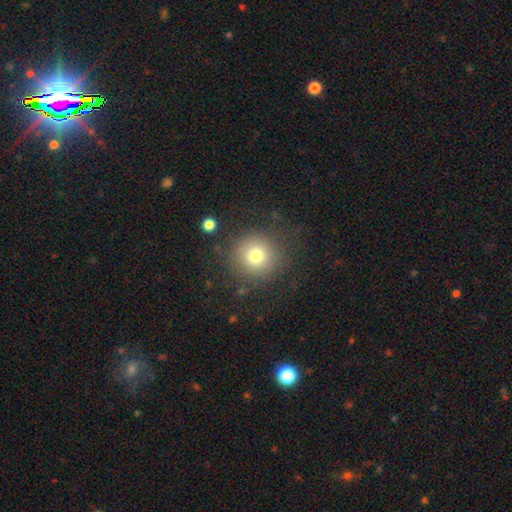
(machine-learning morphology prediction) Smooth or featured: smooth — 76% (star or artifact — 14%)
How rounded: round — 94% (in between — 5%)
Merging: none — 84% (minor disturbance — 9%)